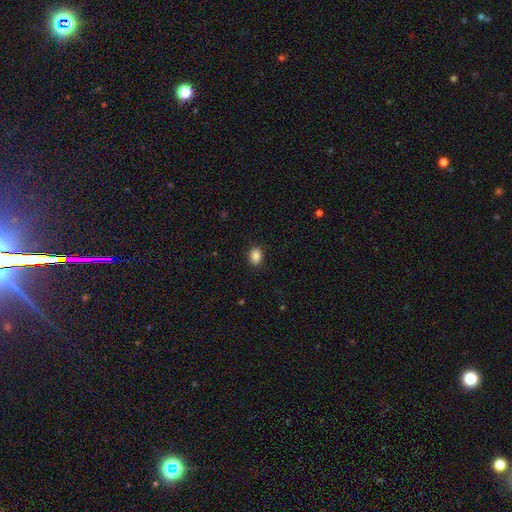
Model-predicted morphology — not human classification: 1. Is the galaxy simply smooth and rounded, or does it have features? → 88% smooth, 9% star or artifact, 3% featured or disk.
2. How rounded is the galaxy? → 69% in between, 30% round, 1% cigar-shaped.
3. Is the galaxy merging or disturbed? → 89% none, 8% minor disturbance, 2% major disturbance, 1% merger.